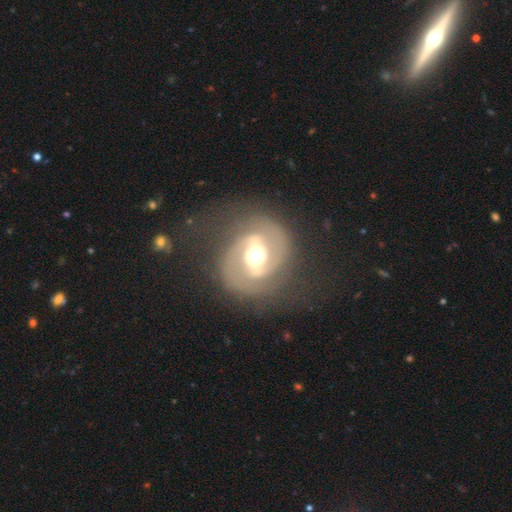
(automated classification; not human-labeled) Overall: featured or disk (88%). Edge-on disk: no (98%). Bar: weak (41%; strong 37%). Spiral arms: yes (95%). Spiral arm count: 2 (92%). Spiral winding: medium (52%; tight 34%). Bulge size: moderate (65%). Merging: none (74%).